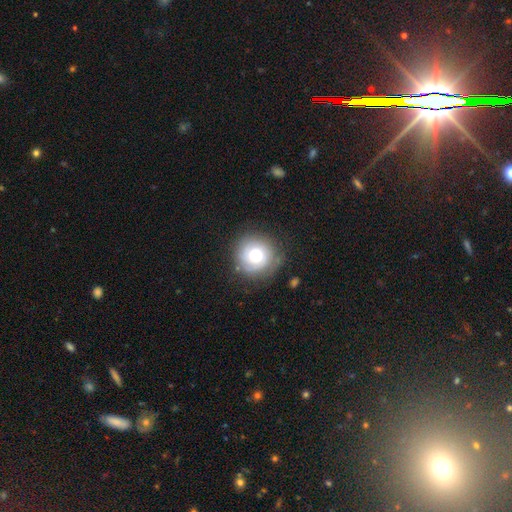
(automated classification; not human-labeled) This appears to be a smooth galaxy with no disk features (53%) that is round (92%). Merging: none (76%).